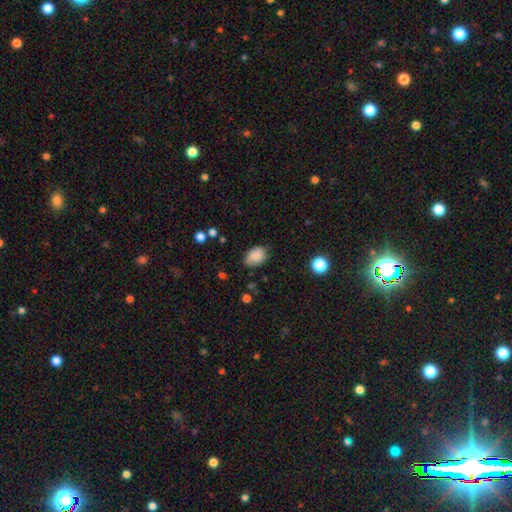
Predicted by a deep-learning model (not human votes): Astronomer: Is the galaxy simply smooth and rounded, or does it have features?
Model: smooth — 85%.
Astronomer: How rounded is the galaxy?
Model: in between — 79%.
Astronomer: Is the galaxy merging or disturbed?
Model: none — 68%.